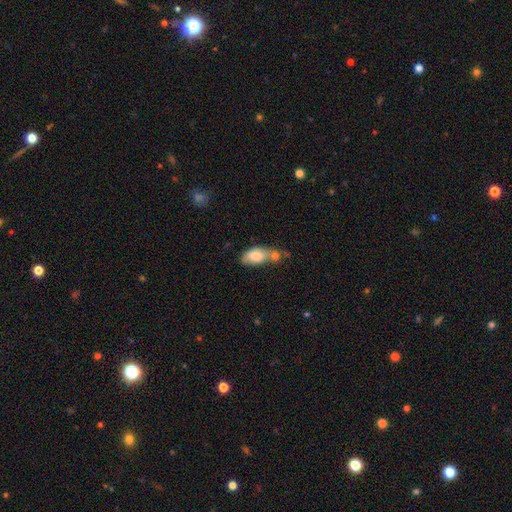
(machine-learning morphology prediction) smooth 78%, featured or disk 15%, star or artifact 7%. Down the decision tree: how rounded — in between (89%); merging — merger (46%).